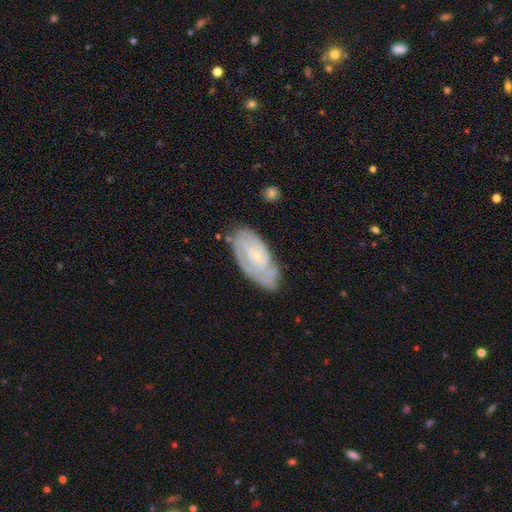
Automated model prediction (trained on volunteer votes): Smooth or featured?
  - featured or disk: 72% *
  - smooth: 21%
  - star or artifact: 6%
Edge-on disk?
  - no: 94% *
  - yes: 6%
Bar?
  - no: 67% *
  - weak: 27%
  - strong: 6%
Spiral arms?
  - yes: 87% *
  - no: 13%
Spiral winding?
  - tight: 69% *
  - medium: 24%
  - loose: 7%
Spiral arm count?
  - can't tell: 40% *
  - 2: 38%
  - 3: 9%
  - 1: 8%
  - 4: 3%
  - more than 4: 3%
Bulge size?
  - small: 73% *
  - moderate: 17%
  - none: 7%
  - large: 1%
  - dominant: 1%
Merging?
  - none: 69% *
  - minor disturbance: 22%
  - major disturbance: 6%
  - merger: 2%